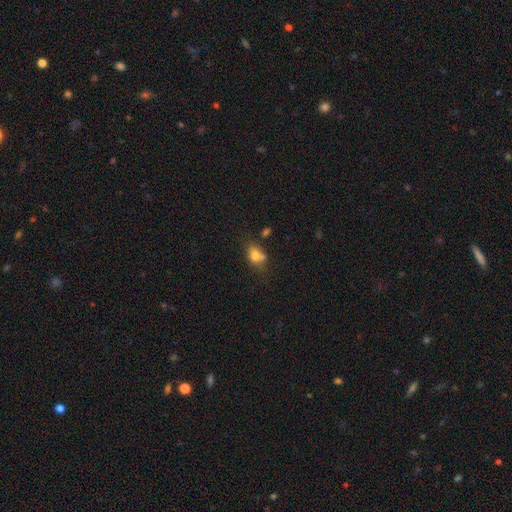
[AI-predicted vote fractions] smooth_or_featured: smooth (p=0.74) [alt: featured or disk p=0.14]
how_rounded: in between (p=0.66) [alt: round p=0.32]
merging: none (p=0.45) [alt: merger p=0.30]